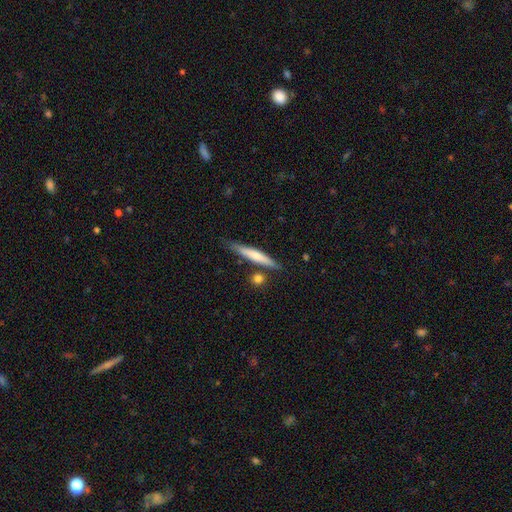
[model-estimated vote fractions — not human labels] Overall: smooth (57%; featured or disk 37%). How rounded: cigar-shaped (93%). Merging: none (78%).